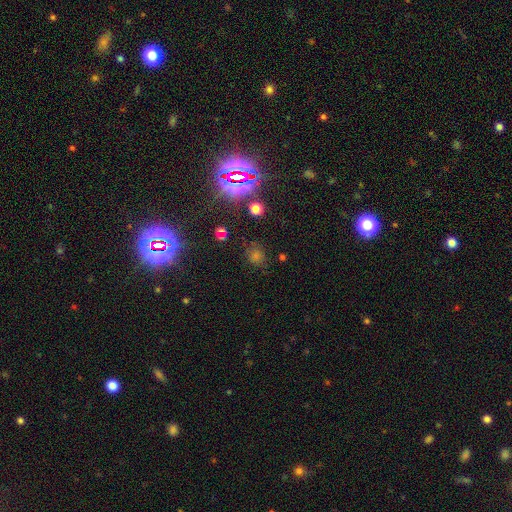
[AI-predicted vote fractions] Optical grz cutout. It shows a star or artifact, not a galaxy (55%).